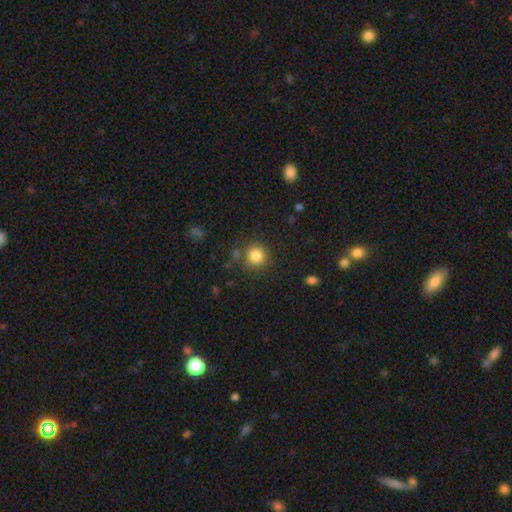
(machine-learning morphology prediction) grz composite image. It shows a smooth galaxy with no disk features (83%) that is round (92%). Merging: none (82%).